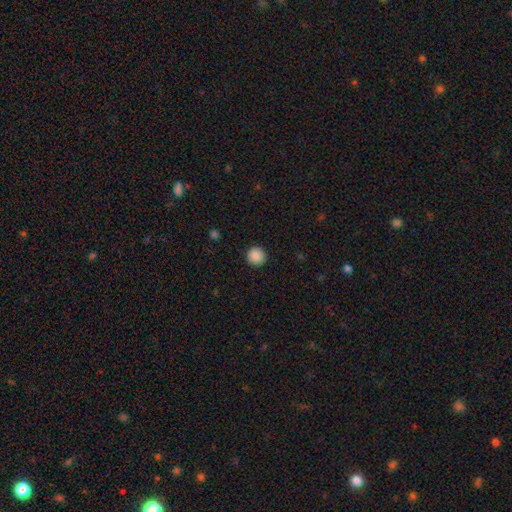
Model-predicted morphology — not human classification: This appears to be a smooth galaxy with no disk features (89%) that is round (95%). Merging: none (92%).